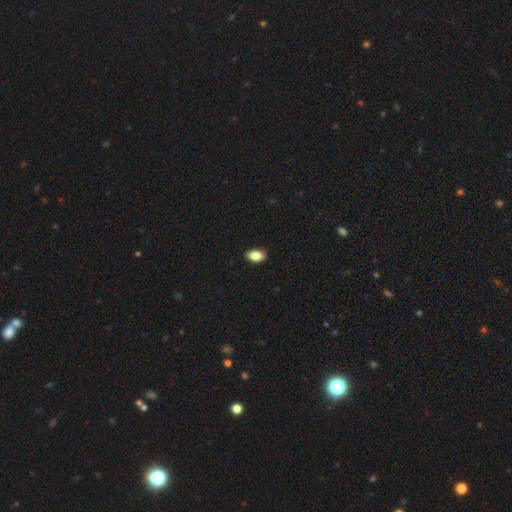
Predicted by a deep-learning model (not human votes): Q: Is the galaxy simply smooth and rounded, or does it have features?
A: smooth — 86%.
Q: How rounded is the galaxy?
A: in between — 89%.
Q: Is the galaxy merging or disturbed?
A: none — 85%.